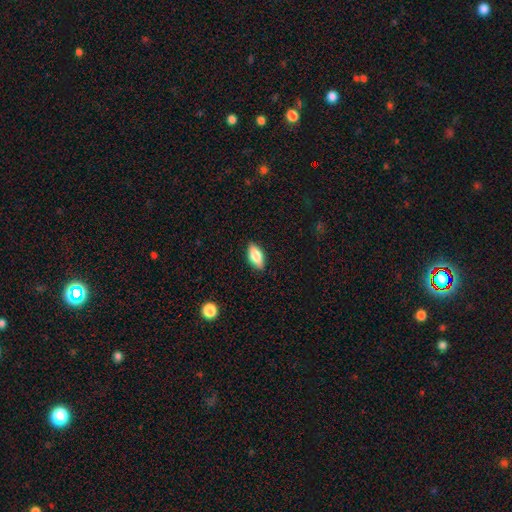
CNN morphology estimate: smooth_or_featured: smooth (p=0.74) [alt: featured or disk p=0.18]
how_rounded: in between (p=0.85) [alt: cigar-shaped p=0.11]
merging: none (p=0.87) [alt: minor disturbance p=0.10]